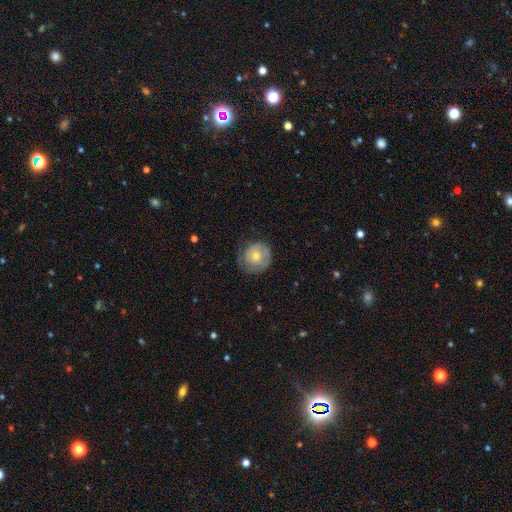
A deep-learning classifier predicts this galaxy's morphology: Smooth or featured? featured or disk (53%)
Edge-on disk? no (97%)
Bar? no (83%)
Spiral arms? yes (72%)
Bulge size? moderate (59%)
Merging? none (68%)